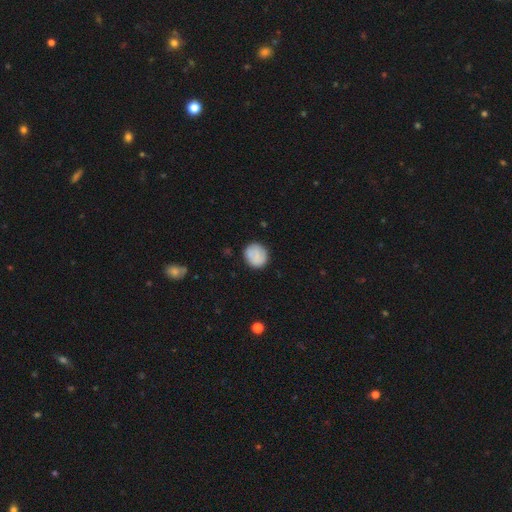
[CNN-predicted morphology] Smooth or featured? Predicted: smooth (p=0.81). How rounded? Predicted: round (p=0.86). Merging? Predicted: none (p=0.84).